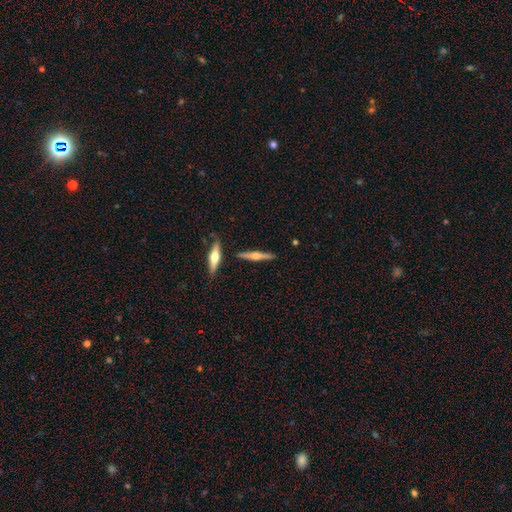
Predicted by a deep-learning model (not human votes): Overall: featured or disk (68%). Edge-on disk: yes (98%). Edge-on bulge: rounded (90%). Merging: none (85%).